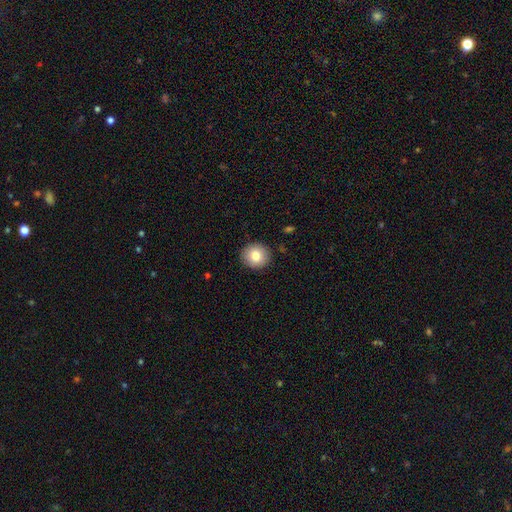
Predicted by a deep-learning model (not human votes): smooth 81%, featured or disk 10%, star or artifact 9%. Down the decision tree: how rounded — round (90%); merging — none (91%).